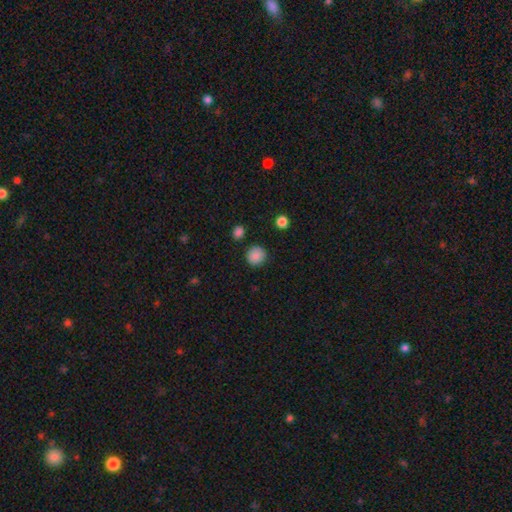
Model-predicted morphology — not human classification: Q: Smooth or featured?
A: smooth (86%); runner-up: star or artifact (9%)
Q: How rounded?
A: round (93%); runner-up: in between (6%)
Q: Merging?
A: none (88%); runner-up: minor disturbance (8%)